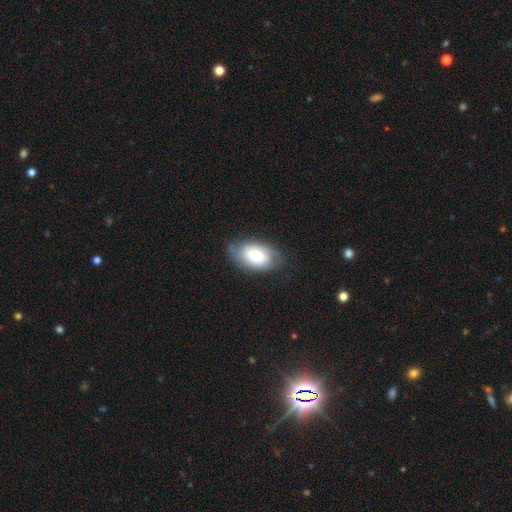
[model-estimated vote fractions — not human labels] smooth_or_featured: smooth (p=0.61) [alt: featured or disk p=0.32]
how_rounded: in between (p=0.92) [alt: round p=0.06]
merging: none (p=0.68) [alt: minor disturbance p=0.24]